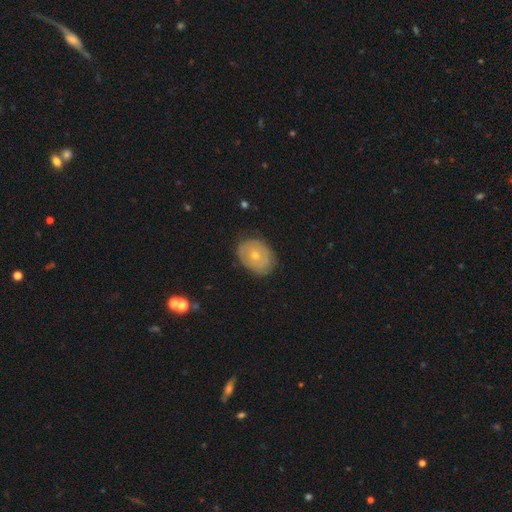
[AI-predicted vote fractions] Smooth or featured? smooth (53%)
How rounded? in between (58%)
Merging? none (79%)